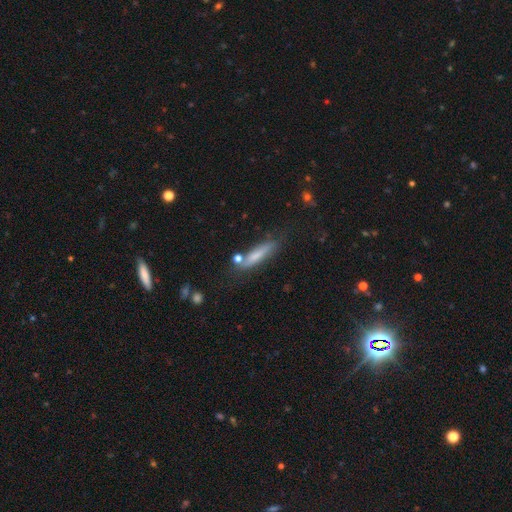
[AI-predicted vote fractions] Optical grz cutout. It shows a smooth galaxy with no disk features (67%) that is cigar-shaped (83%). Merging: none (68%).